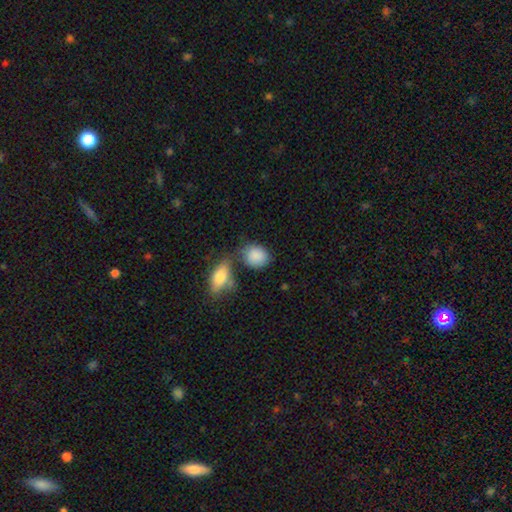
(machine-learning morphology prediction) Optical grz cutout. It shows a smooth galaxy with no disk features (88%) that is round (53%). Merging: none (54%).